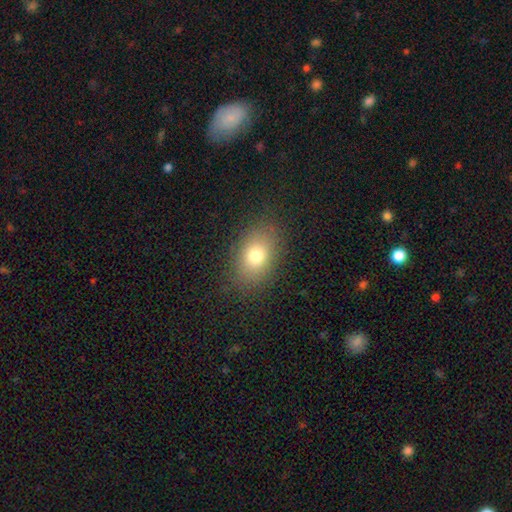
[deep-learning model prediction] This is likely a smooth galaxy (75%). How rounded: likely in between (73%). Merging: clearly none (84%).